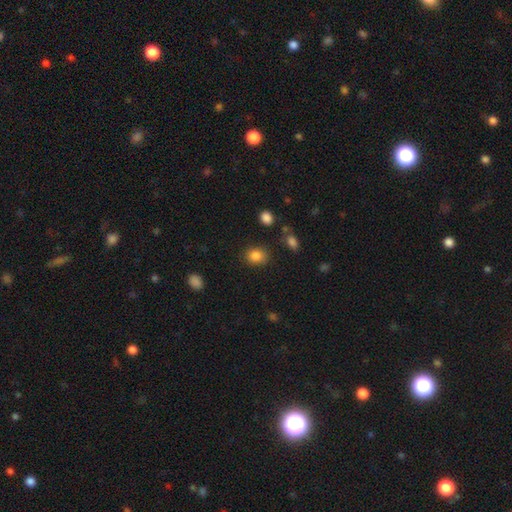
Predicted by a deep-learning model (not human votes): Morphology: type=smooth (85%); roundness=round (59%); merging=none (81%).